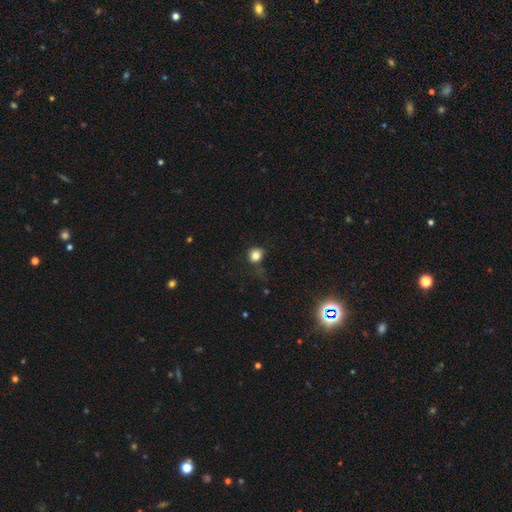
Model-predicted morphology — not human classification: A smooth galaxy with no disk features (81%) that is round (78%).

Vote fractions:
- Smooth or featured? smooth: 81% / star or artifact: 13% / featured or disk: 6%
- How rounded? round: 78% / in between: 21% / cigar-shaped: 1%
- Merging? none: 66% / minor disturbance: 22% / major disturbance: 9% / merger: 3%